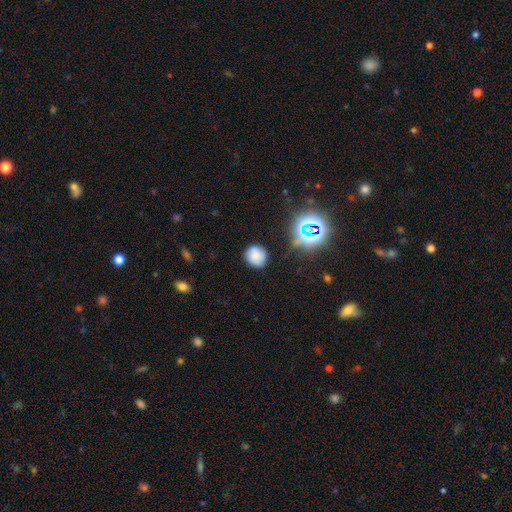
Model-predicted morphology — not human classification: Smooth or featured?
  - smooth: 69% *
  - star or artifact: 17%
  - featured or disk: 14%
How rounded?
  - round: 81% *
  - in between: 18%
  - cigar-shaped: 1%
Merging?
  - none: 77% *
  - minor disturbance: 17%
  - major disturbance: 4%
  - merger: 2%